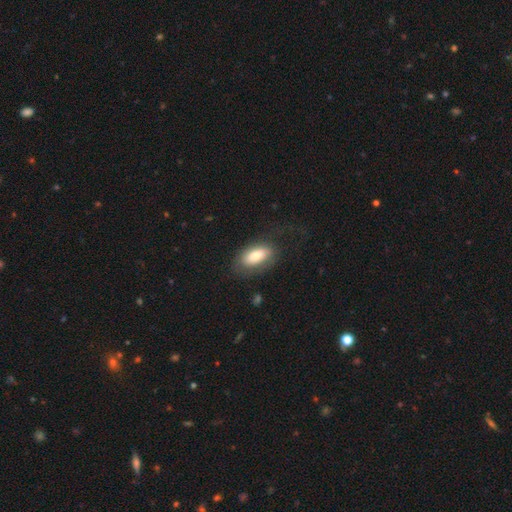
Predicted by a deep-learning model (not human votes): smooth-or-featured: smooth: 69% | featured or disk: 25% | star or artifact: 6%
  how-rounded: in between: 90% | cigar-shaped: 6% | round: 4%
  merging: none: 65% | minor disturbance: 20% | major disturbance: 14% | merger: 1%